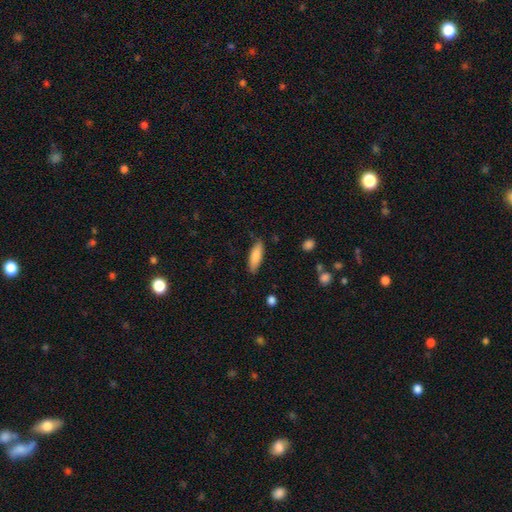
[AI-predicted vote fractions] Smooth or featured? smooth (83%)
How rounded? in between (50%)
Merging? none (83%)